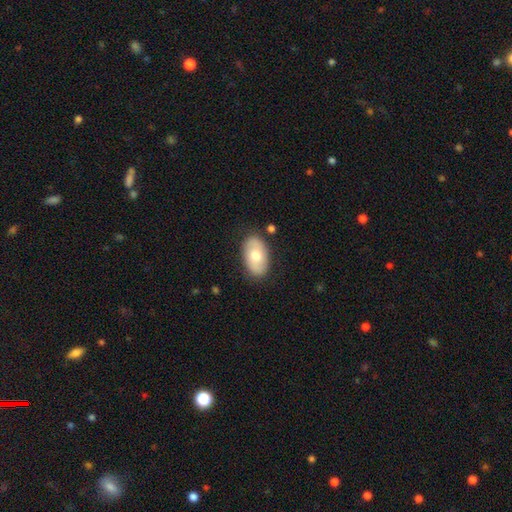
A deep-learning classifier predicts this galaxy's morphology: A smooth galaxy with no disk features (65%) that is in between round and cigar-shaped (93%). Merging: none (83%).